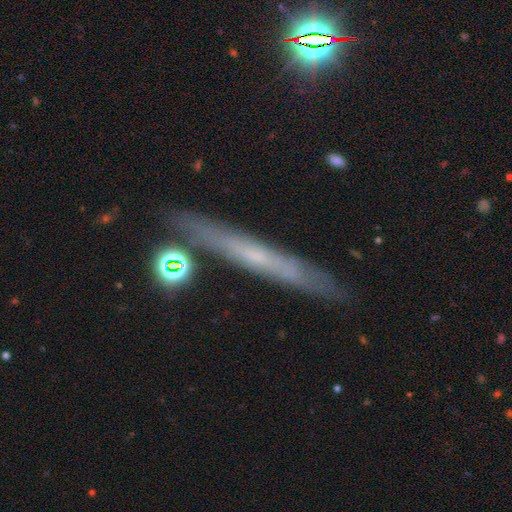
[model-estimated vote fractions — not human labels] A featured or disk galaxy (55%) viewed edge-on (89%). Merging: none (85%).